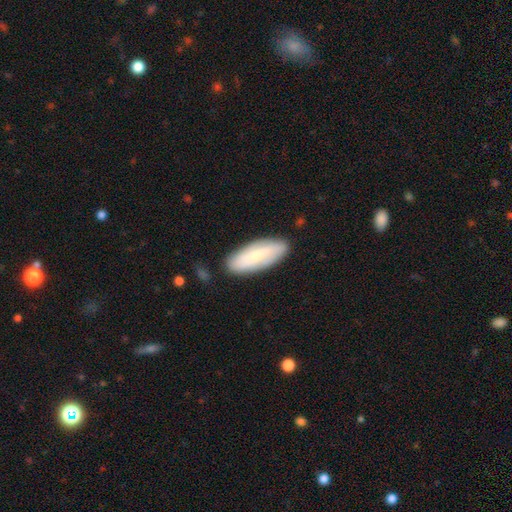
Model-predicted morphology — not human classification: This appears to be a smooth galaxy with no disk features (61%) that is in between round and cigar-shaped (69%). Merging: none (85%).